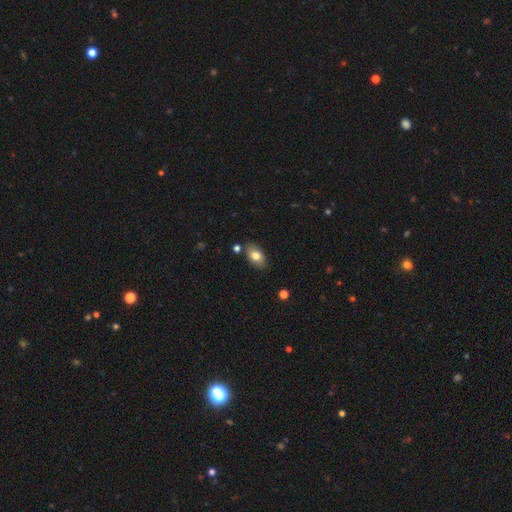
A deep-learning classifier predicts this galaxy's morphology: This is likely a smooth galaxy (78%). How rounded: clearly in between (90%). Merging: clearly none (81%).